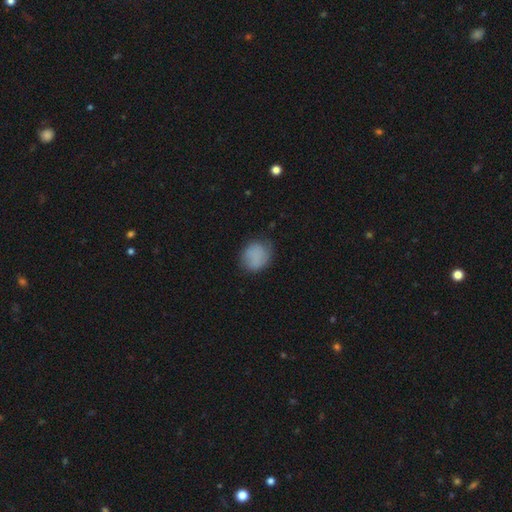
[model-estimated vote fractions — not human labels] smooth 83%, featured or disk 9%, star or artifact 8%. Down the decision tree: how rounded — round (72%); merging — none (70%).